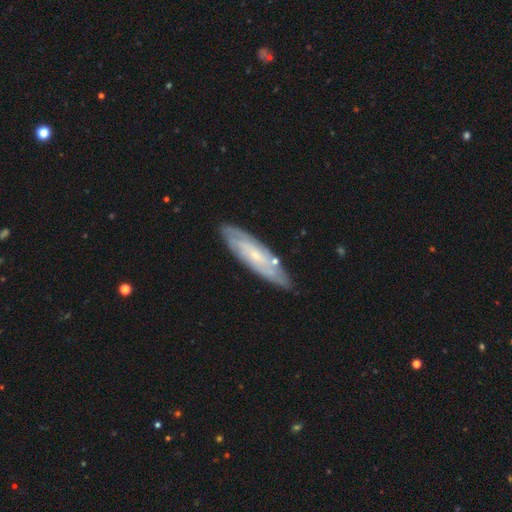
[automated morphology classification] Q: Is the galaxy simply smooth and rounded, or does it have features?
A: featured or disk — 70%.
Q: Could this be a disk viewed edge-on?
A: no — 73%.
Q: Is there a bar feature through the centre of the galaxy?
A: no — 70%.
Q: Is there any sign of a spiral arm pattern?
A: yes — 83%.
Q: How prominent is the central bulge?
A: small — 78%.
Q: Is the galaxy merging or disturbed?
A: none — 81%.